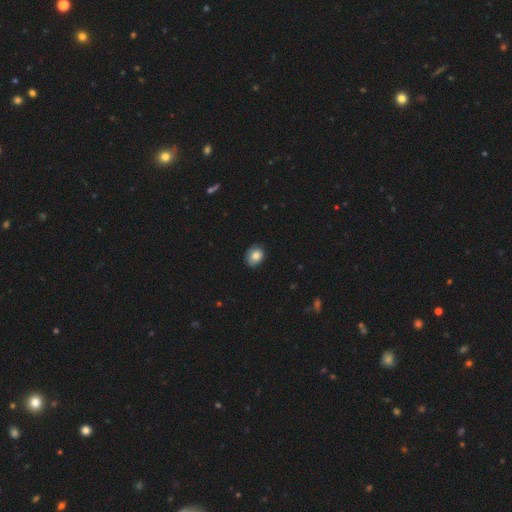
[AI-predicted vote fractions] Smooth or featured: smooth — 83% (star or artifact — 9%)
How rounded: in between — 50% (round — 49%)
Merging: none — 79% (minor disturbance — 17%)